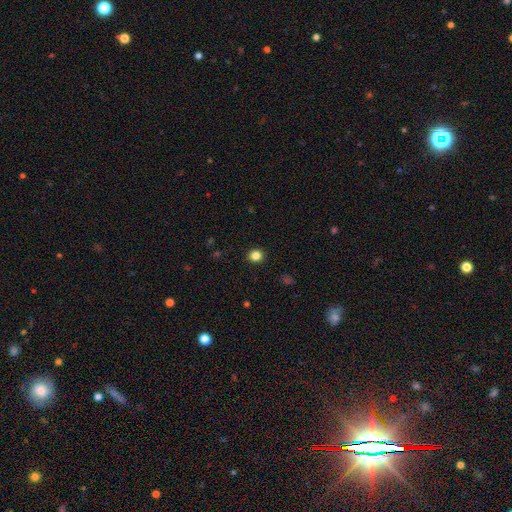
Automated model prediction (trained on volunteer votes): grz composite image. It shows a smooth galaxy with no disk features (84%) that is round (85%). Merging: none (93%).